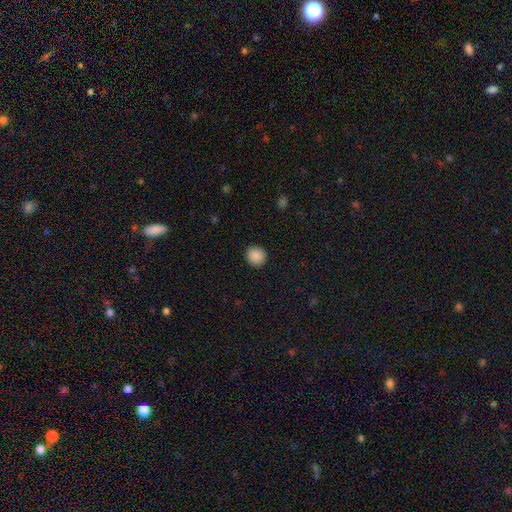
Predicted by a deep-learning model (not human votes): This is clearly a smooth galaxy (89%). How rounded: clearly round (87%). Merging: clearly none (91%).